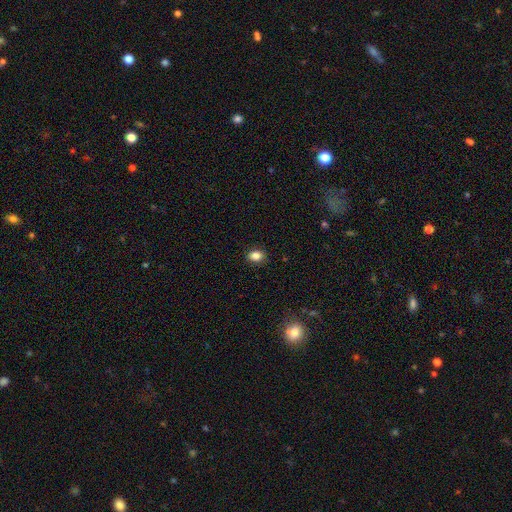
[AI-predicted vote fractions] Overall: smooth (84%). How rounded: in between (64%; round 34%). Merging: none (89%).